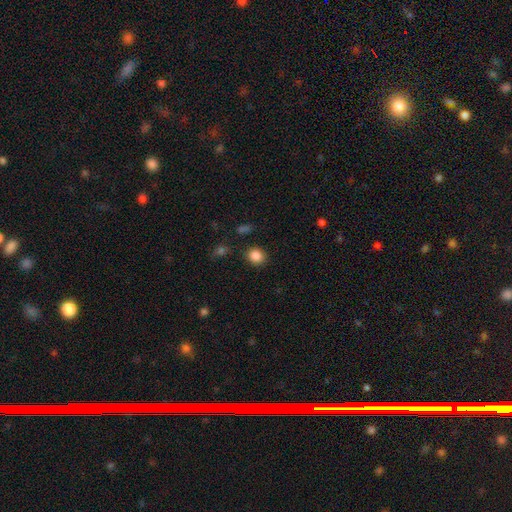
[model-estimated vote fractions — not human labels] smooth 86%, star or artifact 10%, featured or disk 4%. Down the decision tree: how rounded — round (79%); merging — none (87%).